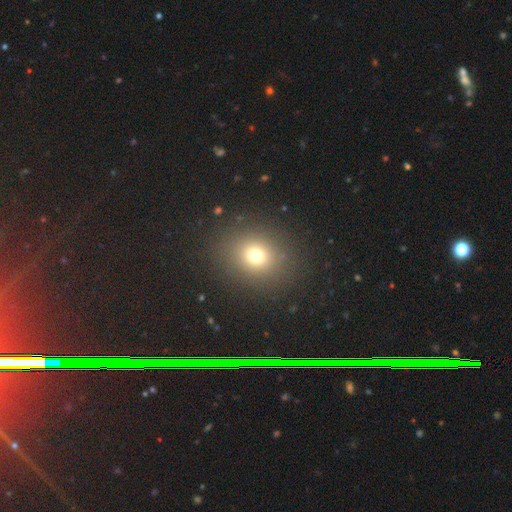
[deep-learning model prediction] Overall: smooth (71%). How rounded: round (74%). Merging: none (86%).